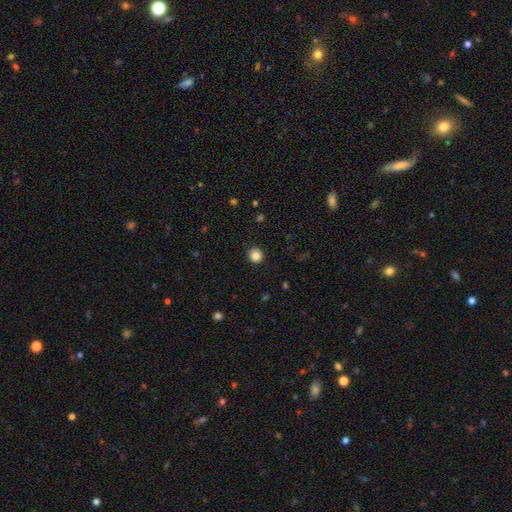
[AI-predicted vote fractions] Smooth or featured? Predicted: smooth (p=0.84). How rounded? Predicted: round (p=0.88). Merging? Predicted: none (p=0.91).